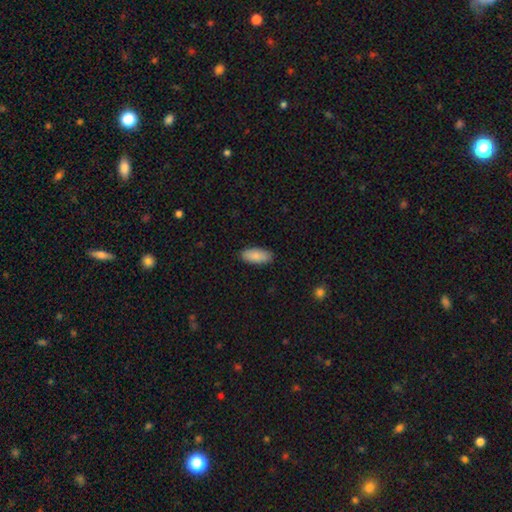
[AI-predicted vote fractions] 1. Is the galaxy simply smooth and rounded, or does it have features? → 89% smooth, 6% star or artifact, 5% featured or disk.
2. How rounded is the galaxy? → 86% in between, 13% cigar-shaped, 2% round.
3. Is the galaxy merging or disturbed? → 89% none, 9% minor disturbance, 2% major disturbance, 1% merger.